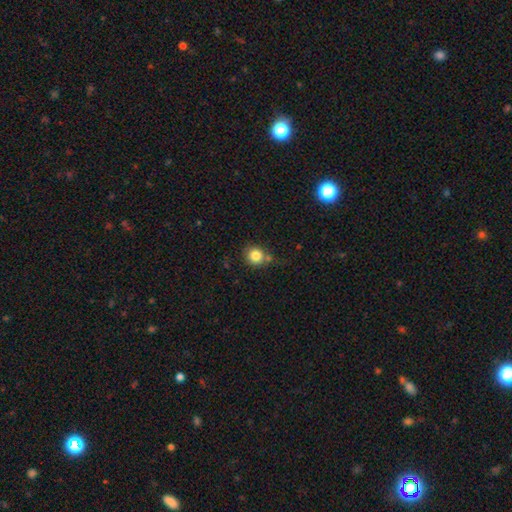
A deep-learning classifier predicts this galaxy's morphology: This is clearly a smooth galaxy (83%). How rounded: clearly round (89%). Merging: likely none (65%).